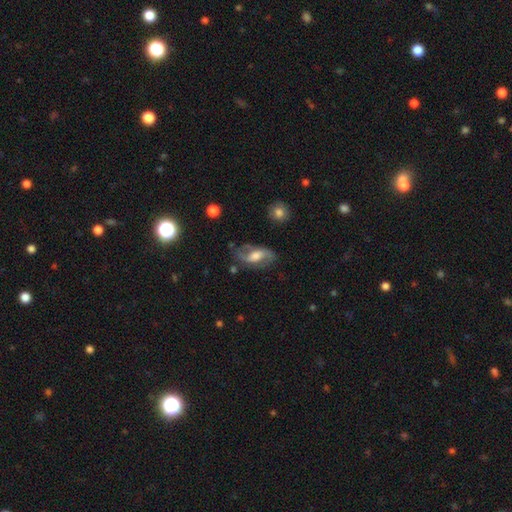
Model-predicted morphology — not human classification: Smooth or featured? featured or disk (71%)
Edge-on disk? no (93%)
Bar? weak (44%)
Spiral arms? yes (89%)
Spiral winding? loose (47%)
Spiral arm count? 2 (89%)
Bulge size? moderate (51%)
Merging? none (70%)